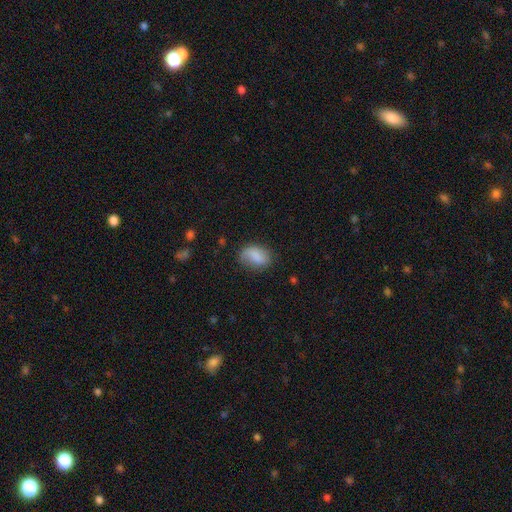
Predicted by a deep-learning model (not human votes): smooth-or-featured: smooth: 75% | featured or disk: 17% | star or artifact: 8%
  how-rounded: in between: 80% | round: 18% | cigar-shaped: 2%
  merging: none: 62% | minor disturbance: 26% | major disturbance: 10% | merger: 2%